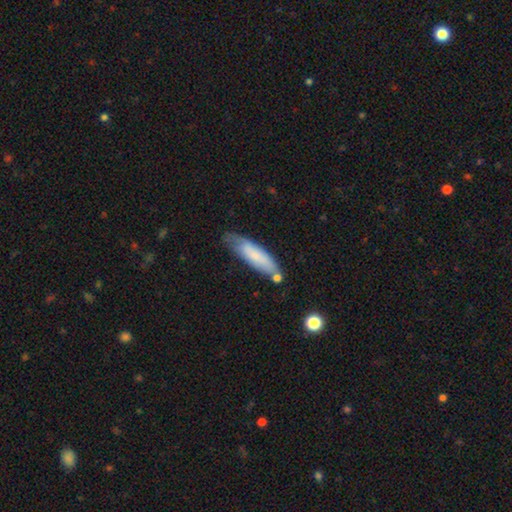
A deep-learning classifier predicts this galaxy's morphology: type=smooth (70%); roundness=cigar-shaped (67%); merging=none (59%).